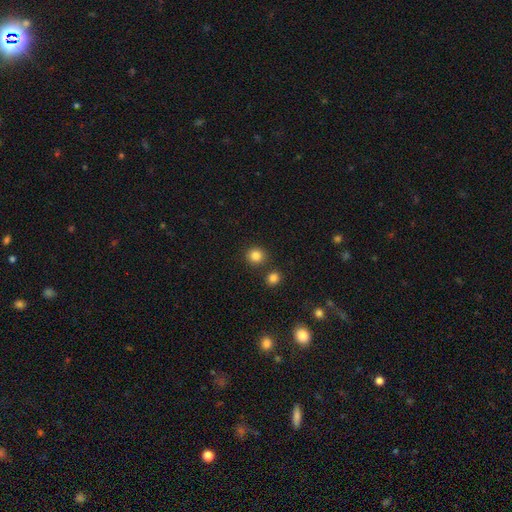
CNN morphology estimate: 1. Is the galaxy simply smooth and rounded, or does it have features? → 84% smooth, 11% star or artifact, 5% featured or disk.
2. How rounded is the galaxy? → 90% round, 9% in between, 1% cigar-shaped.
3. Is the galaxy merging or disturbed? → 84% none, 7% merger, 7% minor disturbance, 2% major disturbance.